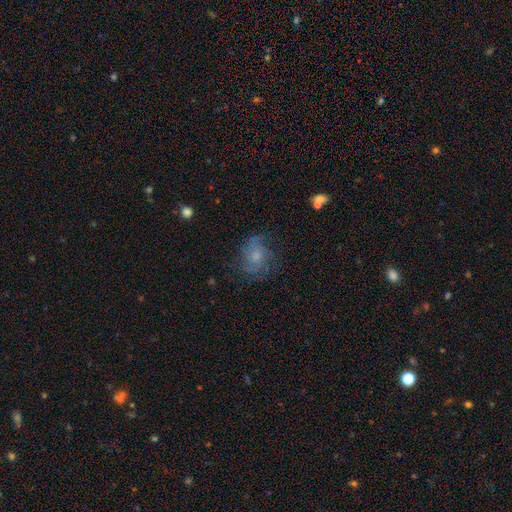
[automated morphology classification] Smooth or featured? featured or disk (57%)
Edge-on disk? no (97%)
Bar? no (76%)
Spiral arms? yes (83%)
Bulge size? moderate (45%)
Merging? none (62%)